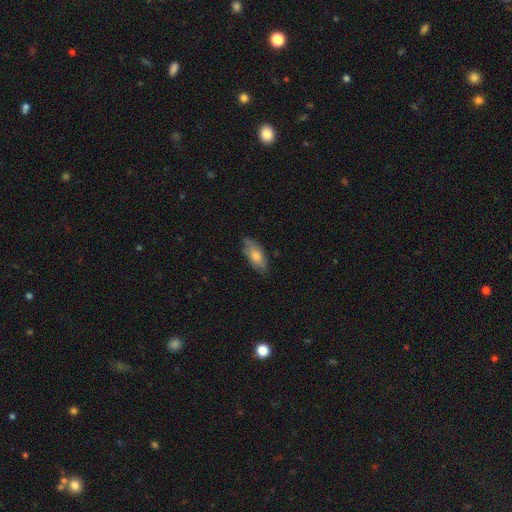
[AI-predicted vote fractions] smooth_or_featured: smooth (p=0.64) [alt: featured or disk p=0.30]
how_rounded: in between (p=0.80) [alt: cigar-shaped p=0.17]
merging: none (p=0.76) [alt: minor disturbance p=0.20]